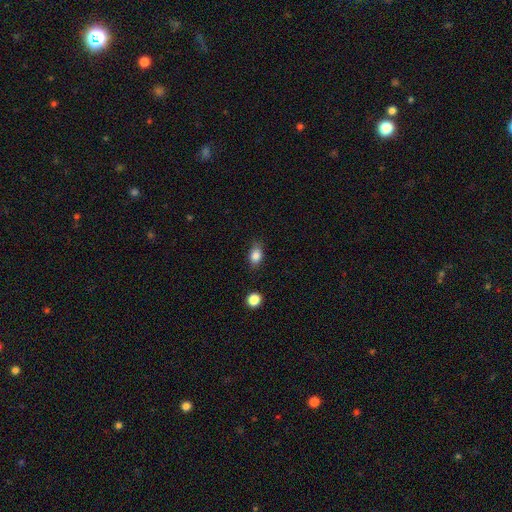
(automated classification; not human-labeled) Smooth or featured? Predicted: smooth (p=0.84). How rounded? Predicted: in between (p=0.76). Merging? Predicted: none (p=0.80).